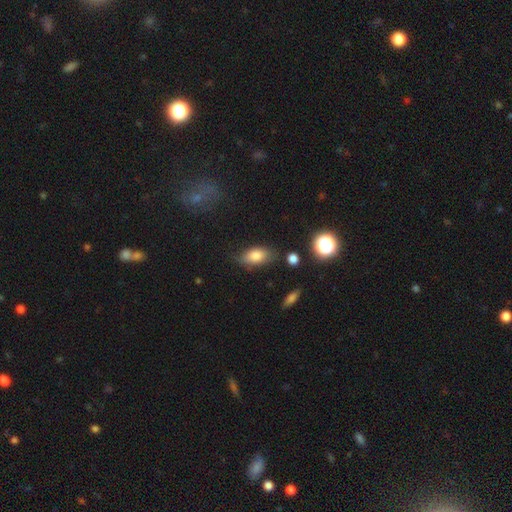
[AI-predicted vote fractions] smooth-or-featured: smooth: 80% | featured or disk: 11% | star or artifact: 9%
  how-rounded: in between: 89% | round: 6% | cigar-shaped: 5%
  merging: none: 71% | minor disturbance: 21% | major disturbance: 5% | merger: 3%